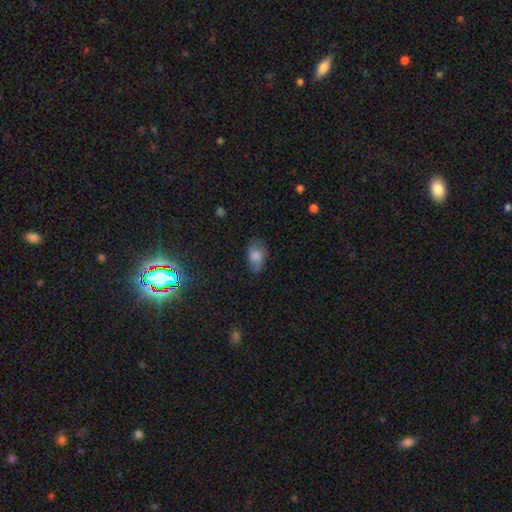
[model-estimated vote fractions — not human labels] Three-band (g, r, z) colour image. It shows a smooth galaxy with no disk features (72%) that is in between round and cigar-shaped (89%). Merging: none (71%).